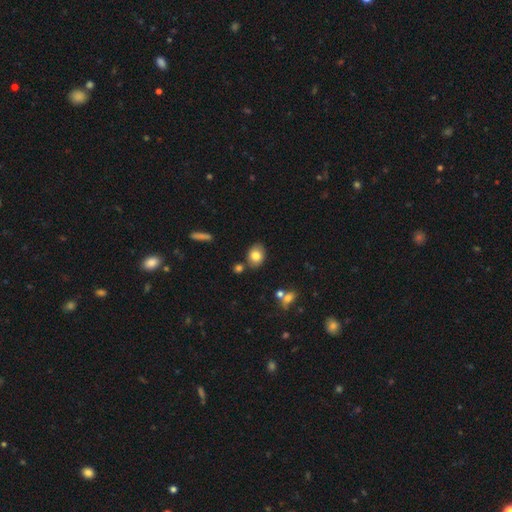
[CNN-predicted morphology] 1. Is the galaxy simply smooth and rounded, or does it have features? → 80% smooth, 11% featured or disk, 9% star or artifact.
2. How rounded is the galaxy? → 65% in between, 33% round, 1% cigar-shaped.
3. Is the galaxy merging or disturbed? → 77% none, 13% minor disturbance, 7% merger, 3% major disturbance.